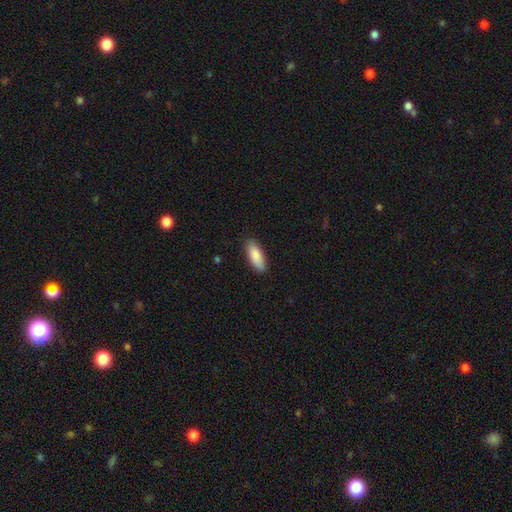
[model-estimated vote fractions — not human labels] Smooth or featured?
  - smooth: 89% *
  - featured or disk: 6%
  - star or artifact: 6%
How rounded?
  - in between: 73% *
  - cigar-shaped: 26%
  - round: 2%
Merging?
  - none: 87% *
  - minor disturbance: 10%
  - major disturbance: 2%
  - merger: 1%